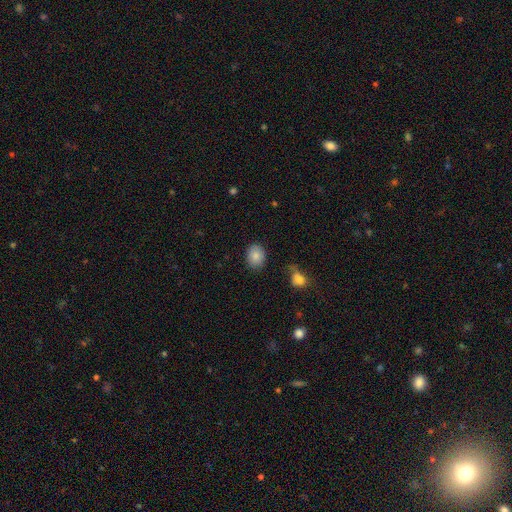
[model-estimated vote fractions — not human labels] A smooth galaxy with no disk features (85%) that is in between round and cigar-shaped (55%). Merging: none (82%).